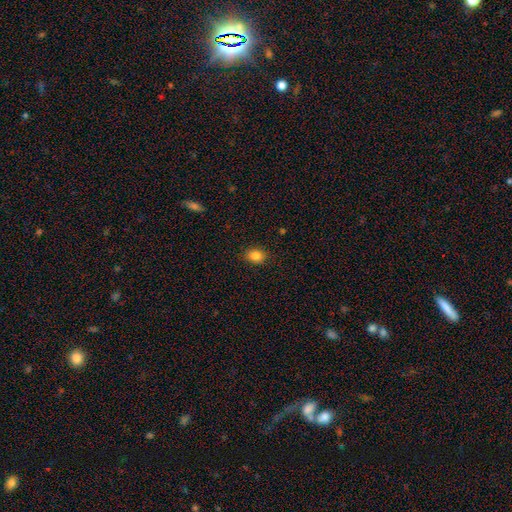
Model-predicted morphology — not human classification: smooth 84%, star or artifact 10%, featured or disk 6%. Down the decision tree: how rounded — in between (60%); merging — none (89%).